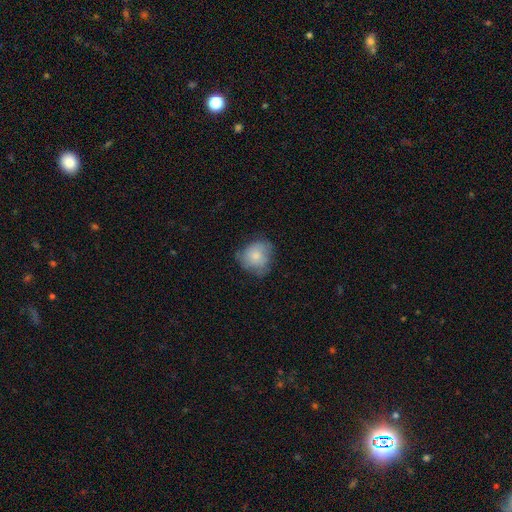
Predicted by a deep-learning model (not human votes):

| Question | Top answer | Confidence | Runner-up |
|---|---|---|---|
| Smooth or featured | smooth | 73% | featured or disk (20%) |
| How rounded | round | 71% | in between (28%) |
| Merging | none | 55% | minor disturbance (32%) |